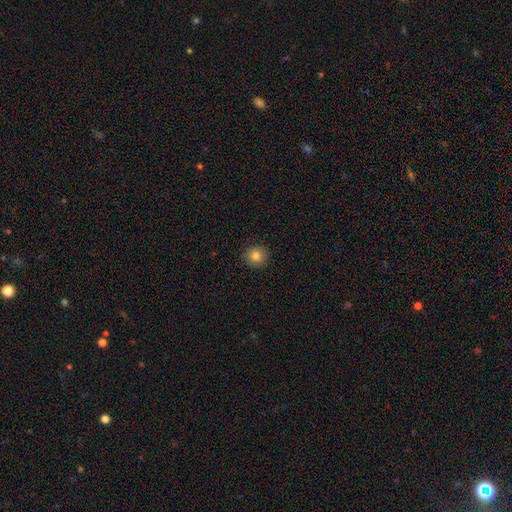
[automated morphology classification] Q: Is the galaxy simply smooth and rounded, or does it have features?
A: smooth — 82%.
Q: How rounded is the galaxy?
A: round — 91%.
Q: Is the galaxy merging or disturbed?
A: none — 91%.